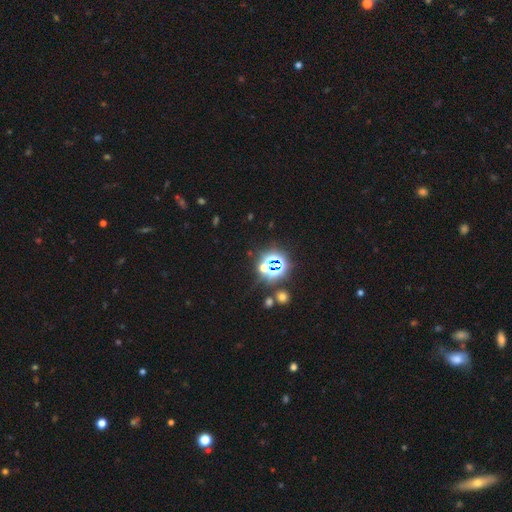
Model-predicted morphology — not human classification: smooth-or-featured: star or artifact: 82% | smooth: 12% | featured or disk: 6%